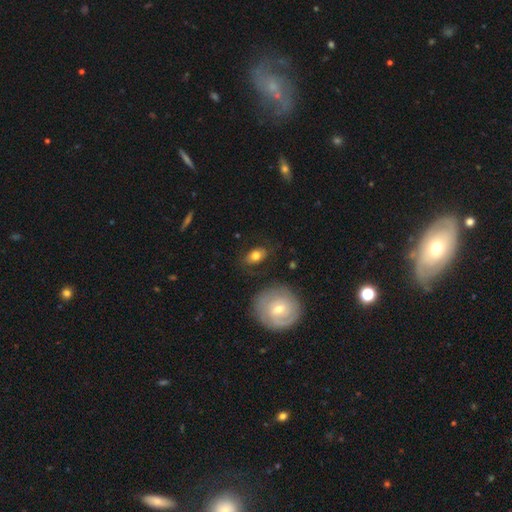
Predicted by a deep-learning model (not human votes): A smooth galaxy with no disk features (72%) that is in between round and cigar-shaped (80%).

Vote fractions:
- Smooth or featured? smooth: 72% / featured or disk: 20% / star or artifact: 8%
- How rounded? in between: 80% / round: 18% / cigar-shaped: 2%
- Merging? none: 79% / minor disturbance: 14% / major disturbance: 4% / merger: 3%